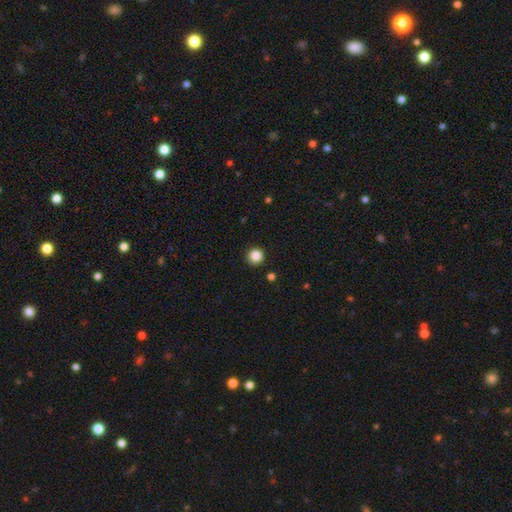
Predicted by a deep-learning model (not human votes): smooth_or_featured: smooth (p=0.86) [alt: star or artifact p=0.11]
how_rounded: round (p=0.95) [alt: in between p=0.04]
merging: none (p=0.92) [alt: minor disturbance p=0.05]